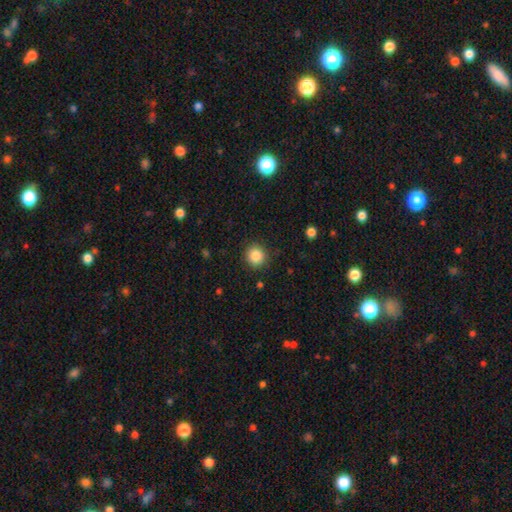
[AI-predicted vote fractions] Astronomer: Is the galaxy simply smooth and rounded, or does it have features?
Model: smooth — 85%.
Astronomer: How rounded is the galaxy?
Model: round — 91%.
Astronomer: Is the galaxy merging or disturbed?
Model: none — 89%.